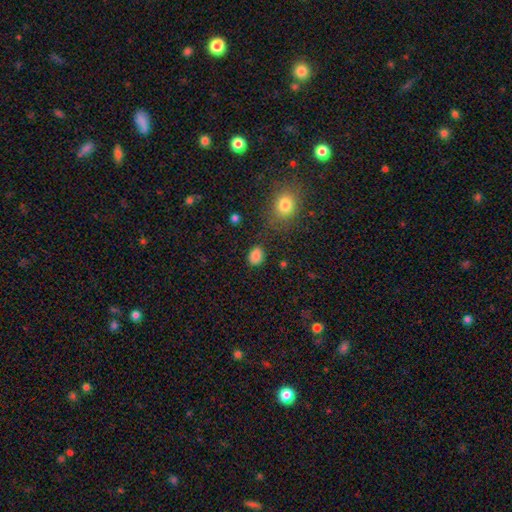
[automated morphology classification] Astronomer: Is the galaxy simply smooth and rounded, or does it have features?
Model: smooth — 85%.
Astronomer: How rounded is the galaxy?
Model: in between — 64%.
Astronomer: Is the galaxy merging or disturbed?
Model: none — 79%.